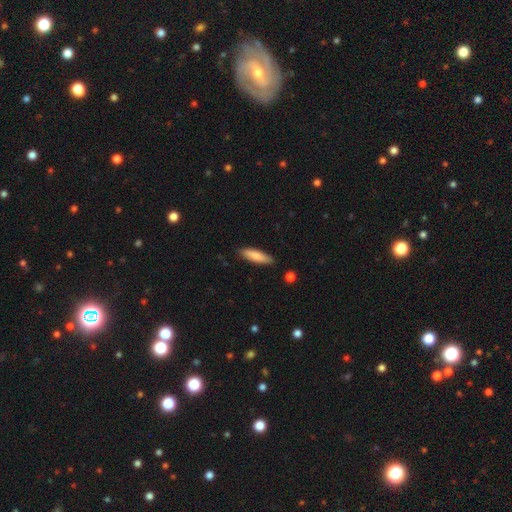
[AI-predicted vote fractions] Overall: smooth (82%). How rounded: cigar-shaped (61%; in between 38%). Merging: none (86%).